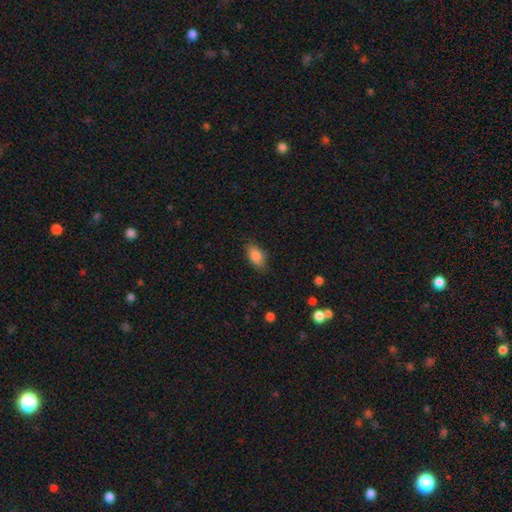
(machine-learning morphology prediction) Smooth or featured? Predicted: smooth (p=0.86). How rounded? Predicted: in between (p=0.90). Merging? Predicted: none (p=0.81).